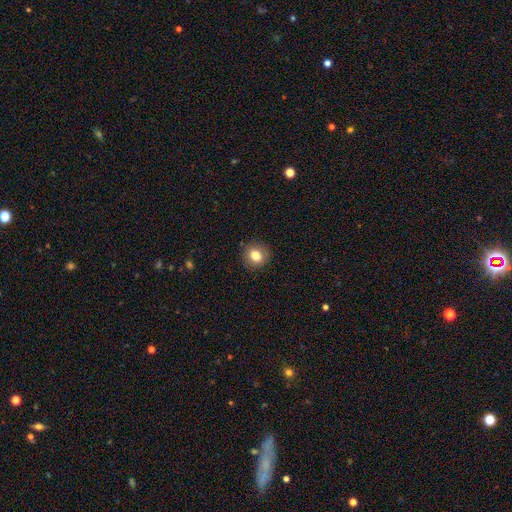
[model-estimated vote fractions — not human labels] smooth 80%, star or artifact 10%, featured or disk 9%. Down the decision tree: how rounded — round (82%); merging — none (89%).